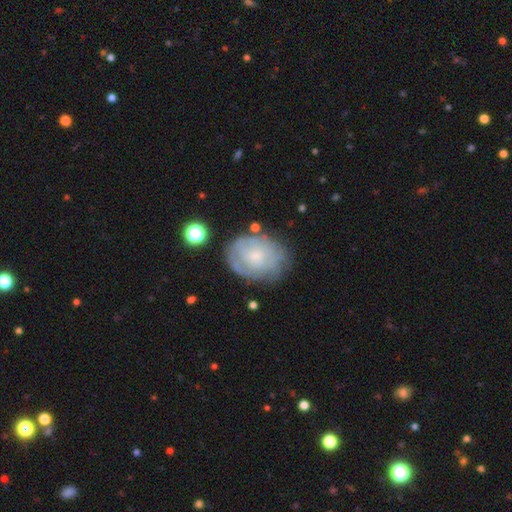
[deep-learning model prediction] Q: Smooth or featured?
A: featured or disk (55%); runner-up: smooth (37%)
Q: Edge-on disk?
A: no (97%); runner-up: yes (3%)
Q: Bar?
A: no (78%); runner-up: weak (19%)
Q: Spiral arms?
A: yes (64%); runner-up: no (36%)
Q: Bulge size?
A: small (63%); runner-up: moderate (24%)
Q: Merging?
A: none (66%); runner-up: minor disturbance (22%)